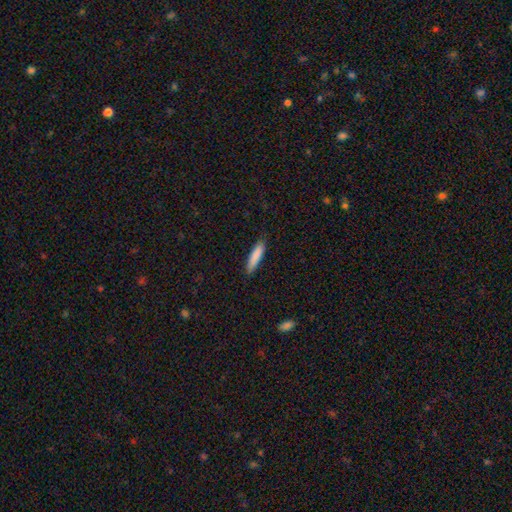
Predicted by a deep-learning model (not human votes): Smooth or featured? smooth (86%)
How rounded? cigar-shaped (80%)
Merging? none (85%)